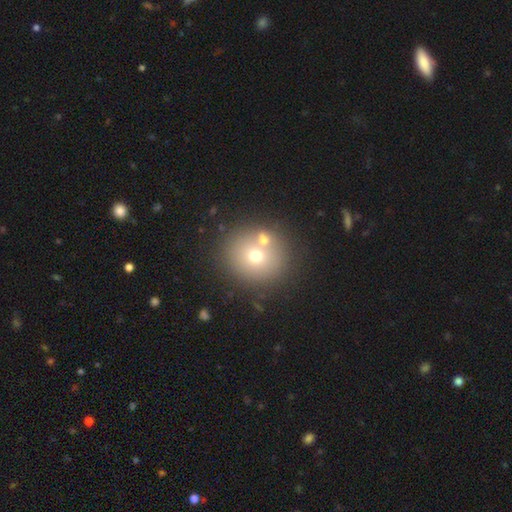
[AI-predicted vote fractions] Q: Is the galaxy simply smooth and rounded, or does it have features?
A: smooth — 66%.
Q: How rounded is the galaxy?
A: round — 87%.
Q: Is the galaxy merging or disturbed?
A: none — 68%.